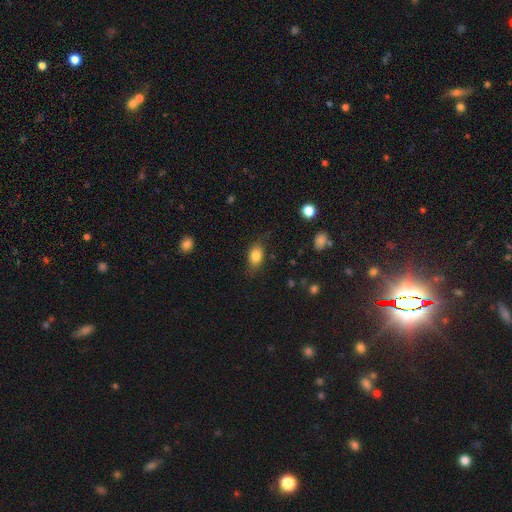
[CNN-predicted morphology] Q: Smooth or featured?
A: smooth (82%); runner-up: featured or disk (9%)
Q: How rounded?
A: in between (82%); runner-up: round (15%)
Q: Merging?
A: none (74%); runner-up: minor disturbance (19%)